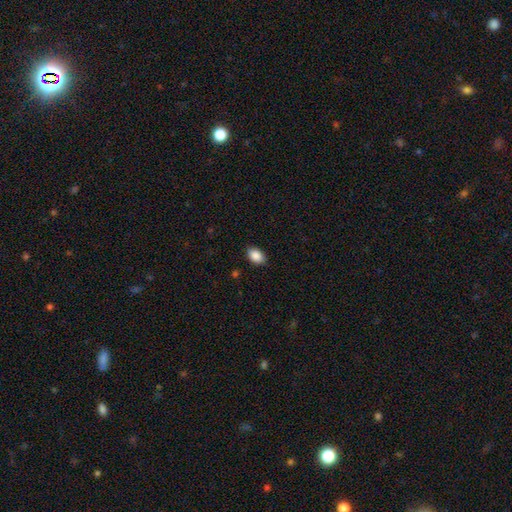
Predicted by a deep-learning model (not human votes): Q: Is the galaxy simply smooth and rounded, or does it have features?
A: smooth — 89%.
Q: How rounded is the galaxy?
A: in between — 88%.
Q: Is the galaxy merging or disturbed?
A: none — 88%.